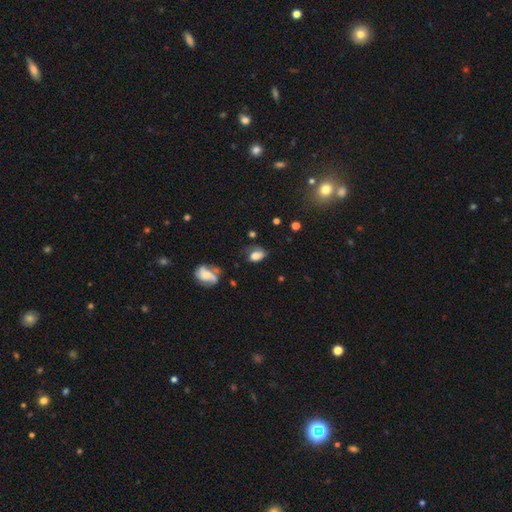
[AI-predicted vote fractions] This appears to be a smooth galaxy with no disk features (71%) that is in between round and cigar-shaped (79%). Merging: none (47%).